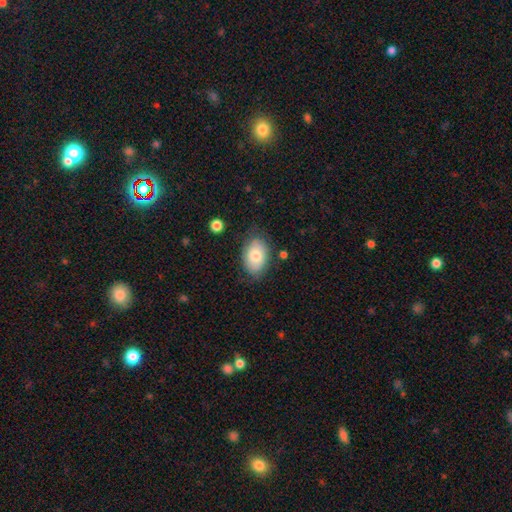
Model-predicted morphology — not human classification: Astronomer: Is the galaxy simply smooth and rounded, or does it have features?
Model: smooth — 76%.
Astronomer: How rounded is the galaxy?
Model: in between — 87%.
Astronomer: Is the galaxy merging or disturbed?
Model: none — 74%.